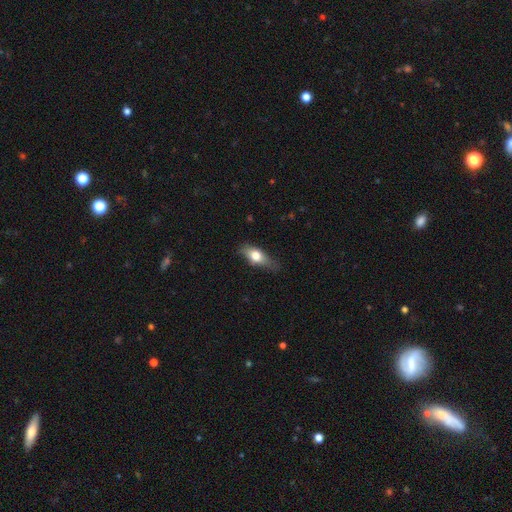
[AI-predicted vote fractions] Smooth or featured? smooth (67%)
How rounded? in between (74%)
Merging? none (64%)